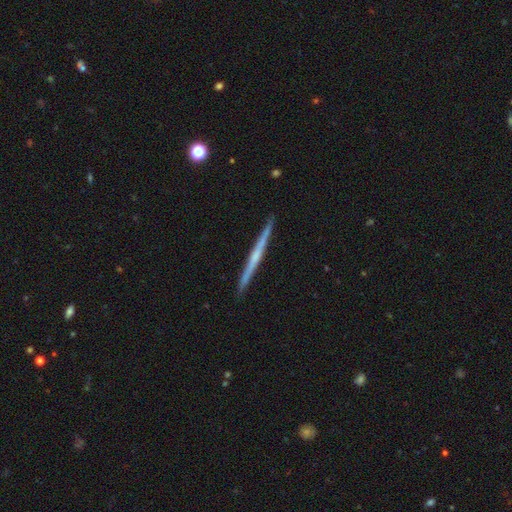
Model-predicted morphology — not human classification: Q: Smooth or featured?
A: featured or disk (69%); runner-up: smooth (25%)
Q: Edge-on disk?
A: yes (98%); runner-up: no (2%)
Q: Edge-on bulge?
A: none (57%); runner-up: rounded (35%)
Q: Merging?
A: none (92%); runner-up: minor disturbance (6%)